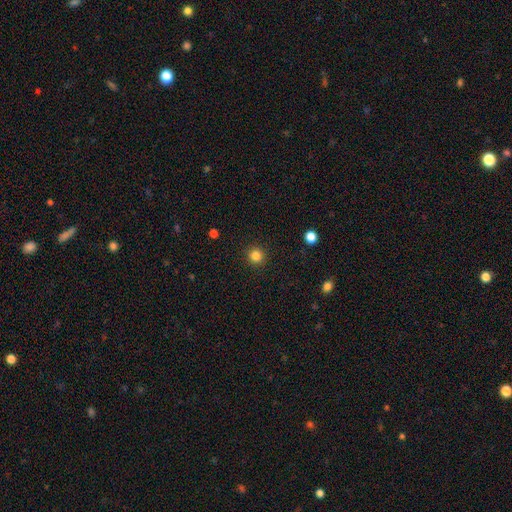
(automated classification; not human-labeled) This is clearly a smooth galaxy (83%). How rounded: clearly round (95%). Merging: clearly none (92%).